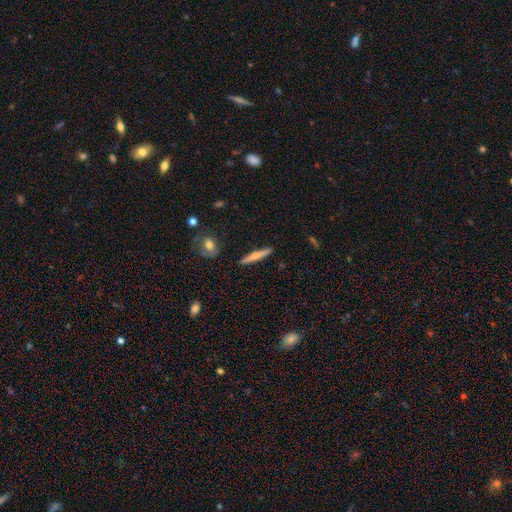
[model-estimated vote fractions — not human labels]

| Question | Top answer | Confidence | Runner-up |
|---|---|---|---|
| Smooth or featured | smooth | 54% | featured or disk (40%) |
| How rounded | cigar-shaped | 93% | in between (5%) |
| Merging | none | 91% | minor disturbance (6%) |